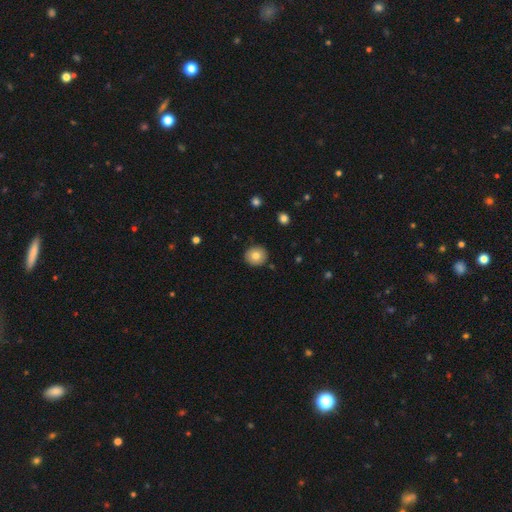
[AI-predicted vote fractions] Morphology: type=smooth (80%); roundness=round (88%); merging=none (90%).